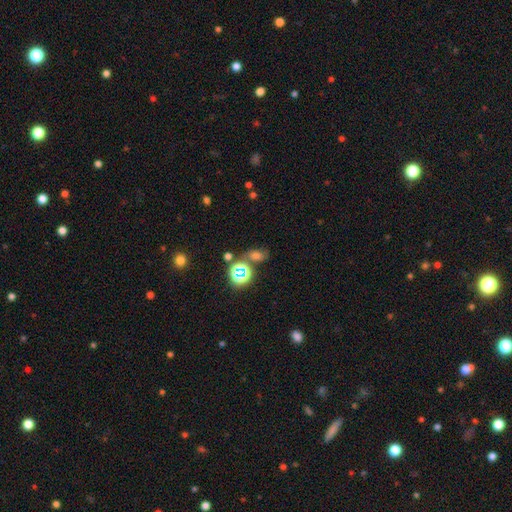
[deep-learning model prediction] Smooth or featured: smooth — 42% (tied with star or artifact — 42%)
Merging: none — 63% (minor disturbance — 15%)